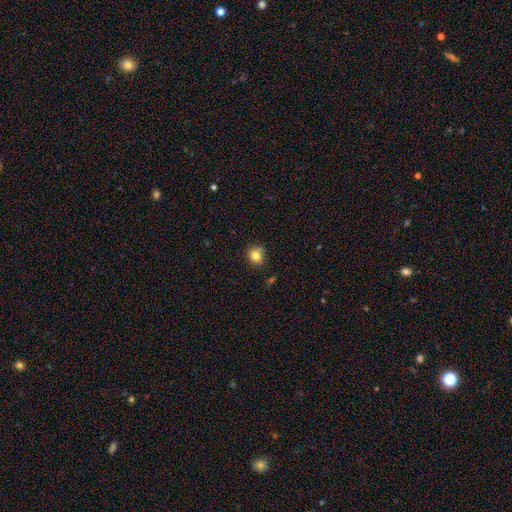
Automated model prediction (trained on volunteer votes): Smooth or featured? smooth (83%)
How rounded? round (82%)
Merging? none (81%)